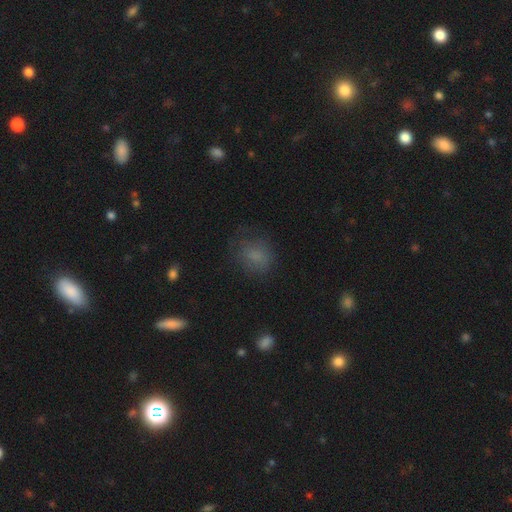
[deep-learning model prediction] This is likely a smooth galaxy (75%). How rounded: possibly round (56%). Merging: likely none (67%).